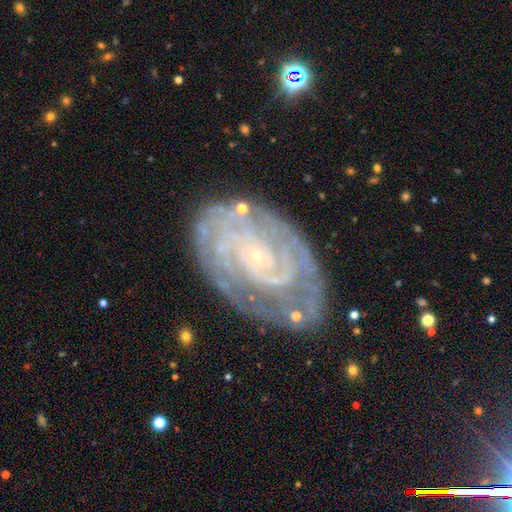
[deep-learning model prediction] Morphology: type=featured or disk (86%); edge-on=no (97%); bar=no (73%); spiral arms=yes (96%); winding=tight (77%); arm count=can't tell (31%); bulge=small (87%); merging=none (71%).